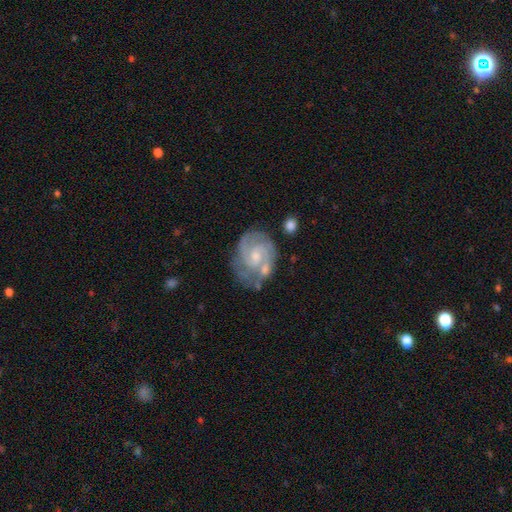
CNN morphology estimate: Smooth or featured?
  - featured or disk: 85% *
  - smooth: 10%
  - star or artifact: 5%
Edge-on disk?
  - no: 98% *
  - yes: 2%
Bar?
  - no: 48% *
  - weak: 45%
  - strong: 7%
Spiral arms?
  - yes: 96% *
  - no: 4%
Spiral winding?
  - tight: 55% *
  - medium: 37%
  - loose: 7%
Spiral arm count?
  - 2: 47% *
  - 3: 24%
  - can't tell: 17%
  - 4: 5%
  - 1: 4%
  - more than 4: 3%
Bulge size?
  - small: 47% *
  - moderate: 41%
  - none: 7%
  - large: 3%
  - dominant: 1%
Merging?
  - none: 61% *
  - minor disturbance: 21%
  - merger: 10%
  - major disturbance: 8%